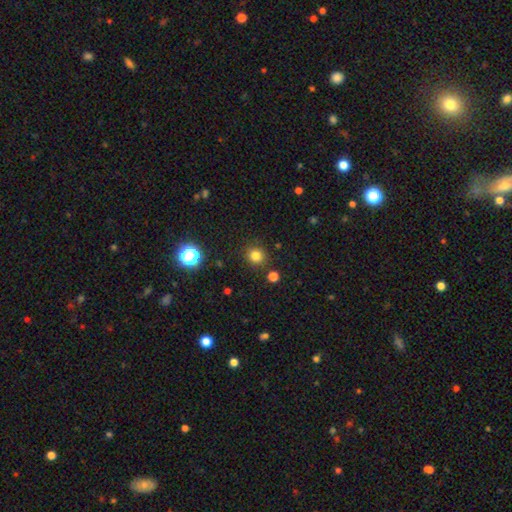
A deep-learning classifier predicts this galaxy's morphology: The model was most divided on "smooth or featured": smooth: 79%, star or artifact: 16%, featured or disk: 5%. More confident: how rounded — round (90%); merging — none (88%).